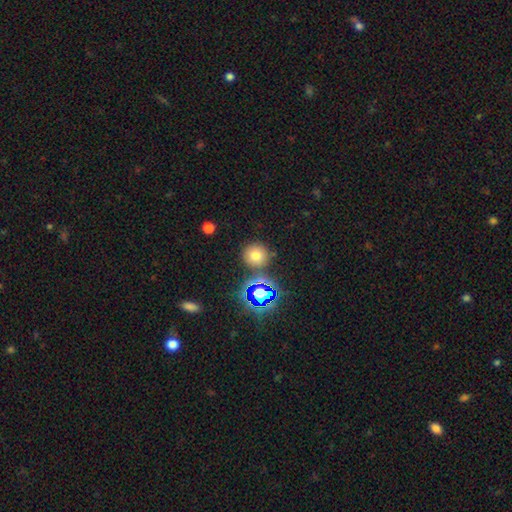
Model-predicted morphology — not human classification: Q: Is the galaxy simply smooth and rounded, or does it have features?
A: smooth — 68%.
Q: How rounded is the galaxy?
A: round — 92%.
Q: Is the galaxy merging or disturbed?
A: none — 81%.